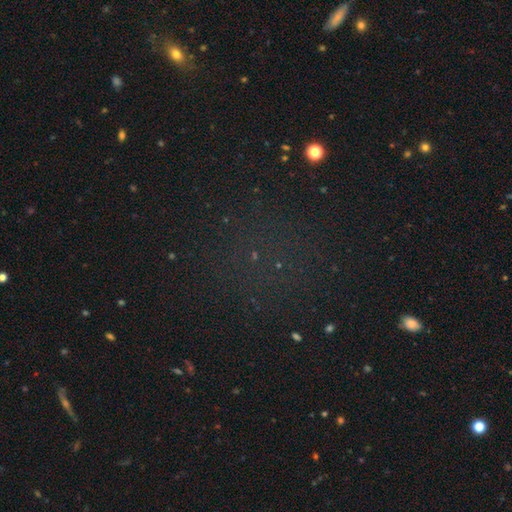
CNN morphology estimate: A star or artifact, not a galaxy (58%).